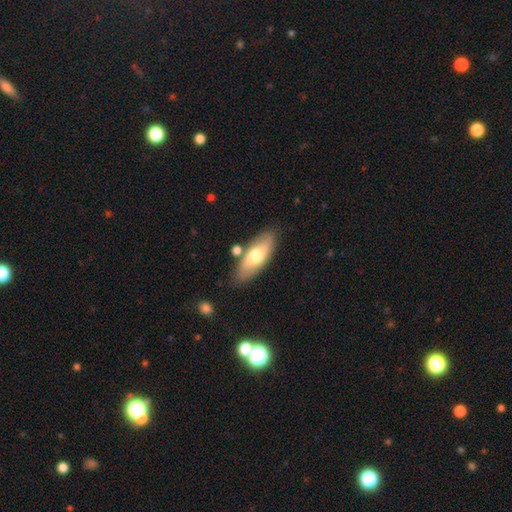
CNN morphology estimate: Smooth or featured? smooth (64%)
How rounded? in between (75%)
Merging? none (78%)